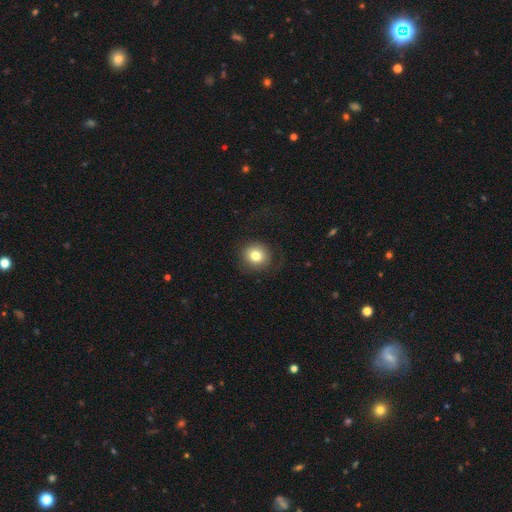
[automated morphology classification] smooth 78%, featured or disk 11%, star or artifact 11%. Down the decision tree: how rounded — round (91%); merging — none (82%).